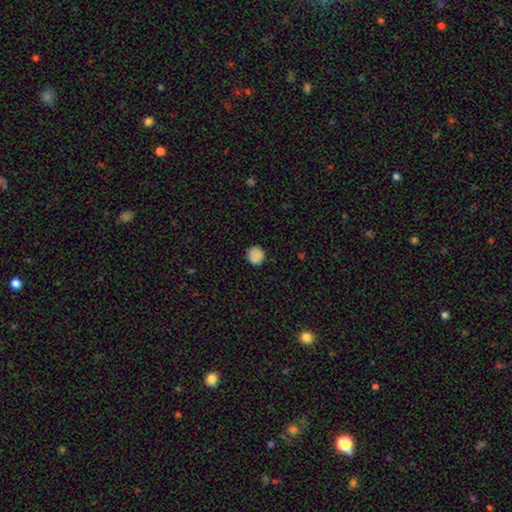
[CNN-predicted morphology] smooth-or-featured: smooth: 87% | star or artifact: 10% | featured or disk: 4%
  how-rounded: round: 88% | in between: 11% | cigar-shaped: 1%
  merging: none: 88% | minor disturbance: 9% | major disturbance: 2% | merger: 1%